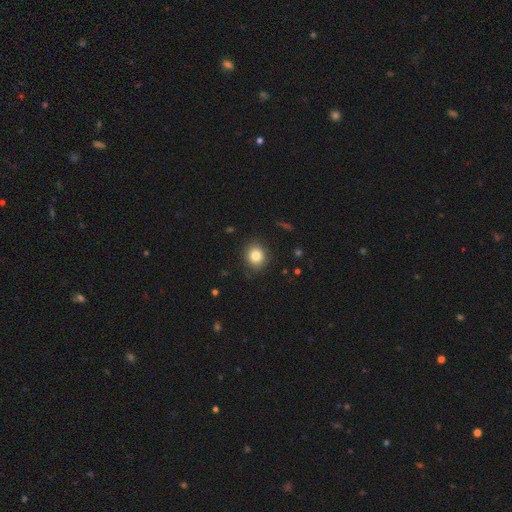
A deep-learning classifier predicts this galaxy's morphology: Smooth or featured? smooth (82%)
How rounded? round (78%)
Merging? none (87%)